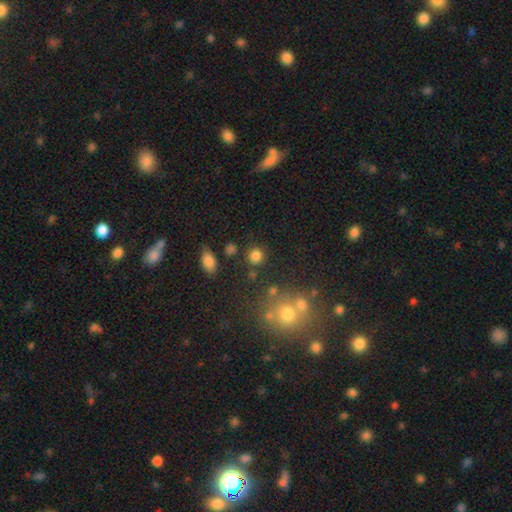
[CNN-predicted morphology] Overall: smooth (81%). How rounded: round (89%). Merging: none (83%).